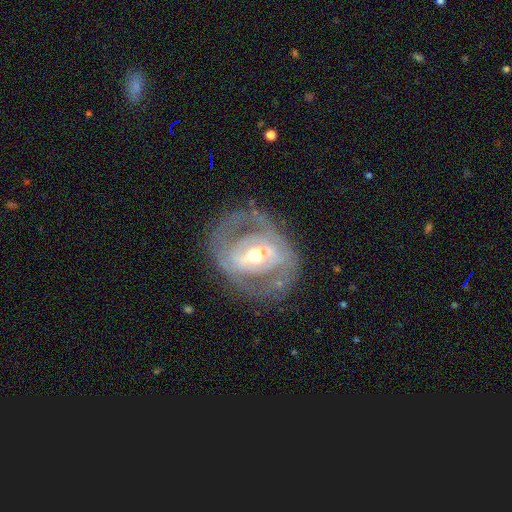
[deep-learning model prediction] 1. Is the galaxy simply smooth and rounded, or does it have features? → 82% featured or disk, 12% smooth, 6% star or artifact.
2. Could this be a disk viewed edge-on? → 95% no, 5% yes.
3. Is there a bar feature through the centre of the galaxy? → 48% strong, 34% weak, 18% no.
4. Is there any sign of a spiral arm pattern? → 70% yes, 30% no.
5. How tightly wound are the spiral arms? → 42% tight, 41% medium, 17% loose.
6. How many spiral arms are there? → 64% 2, 21% can't tell, 6% 3, 5% 1, 2% 4, 2% more than 4.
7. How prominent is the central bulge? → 61% moderate, 28% small, 8% large, 1% dominant, 1% none.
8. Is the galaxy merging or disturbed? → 63% none, 17% minor disturbance, 16% major disturbance, 4% merger.